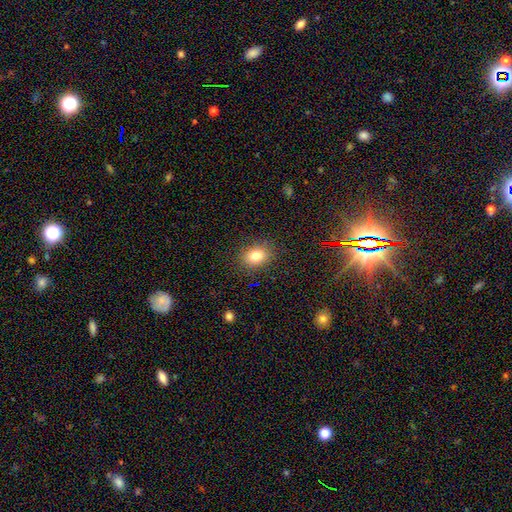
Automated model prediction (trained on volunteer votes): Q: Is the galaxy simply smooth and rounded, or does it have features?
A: smooth — 80%.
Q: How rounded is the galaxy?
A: in between — 55%.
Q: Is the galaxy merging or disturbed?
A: none — 87%.